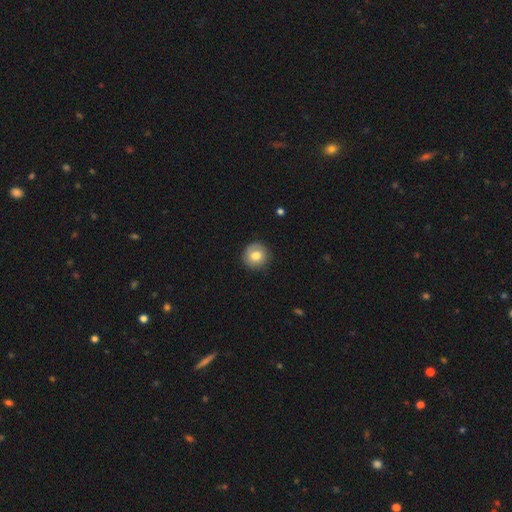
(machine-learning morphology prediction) Smooth or featured: smooth — 72% (featured or disk — 20%)
How rounded: round — 93% (in between — 6%)
Merging: none — 85% (minor disturbance — 11%)